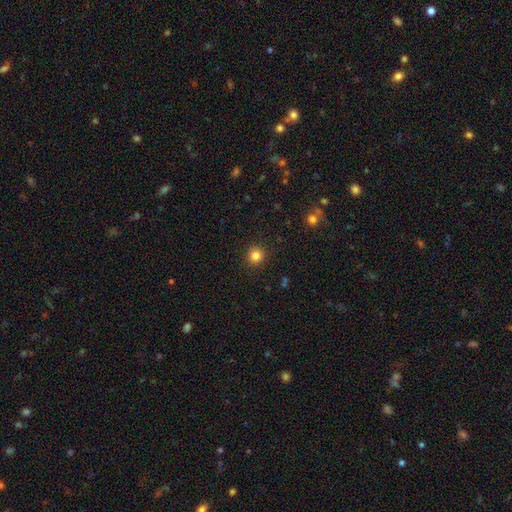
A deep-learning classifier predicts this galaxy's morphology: Overall: smooth (83%). How rounded: round (94%). Merging: none (92%).